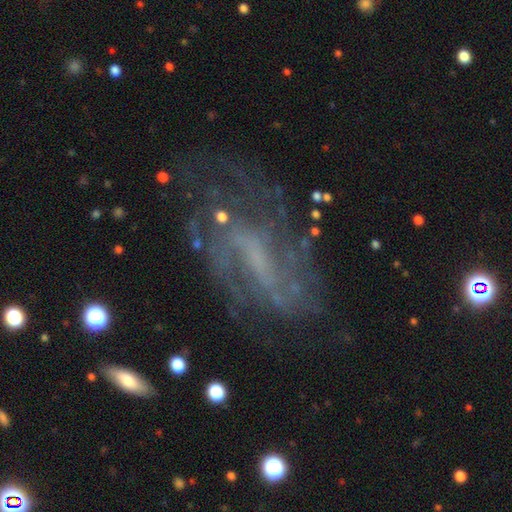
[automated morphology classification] This appears to be a featured or disk galaxy (82%) with a weak bar (46%), medium (42%) spiral arms (88%) and no central bulge (45%). Merging: none (60%).